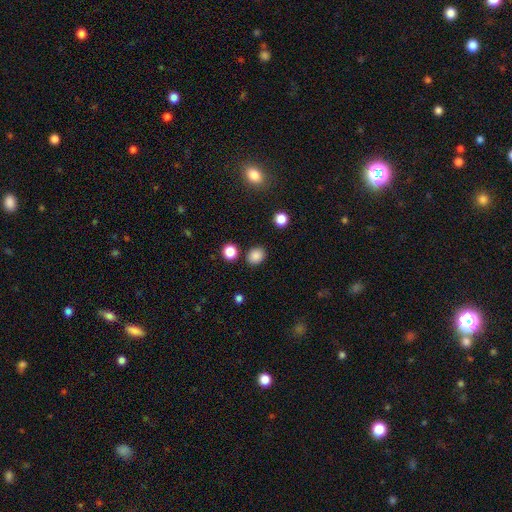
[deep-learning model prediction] The model was most divided on "how rounded": round: 56%, in between: 43%, cigar-shaped: 1%. More confident: smooth or featured — smooth (85%); merging — none (84%).